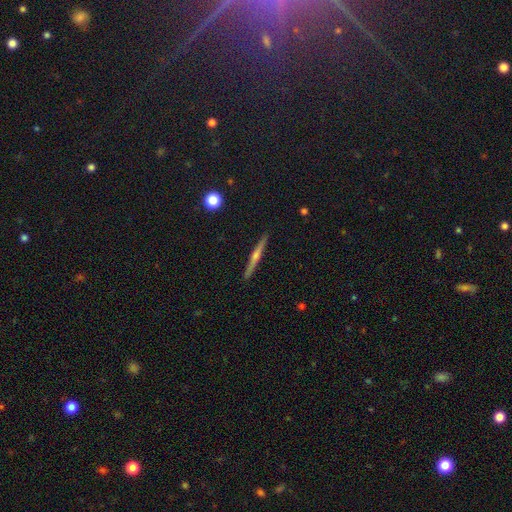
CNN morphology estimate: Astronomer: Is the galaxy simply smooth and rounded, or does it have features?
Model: featured or disk — 74%.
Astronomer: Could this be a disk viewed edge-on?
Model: yes — 98%.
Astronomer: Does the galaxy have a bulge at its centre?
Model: rounded — 79%.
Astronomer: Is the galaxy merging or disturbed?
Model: none — 92%.